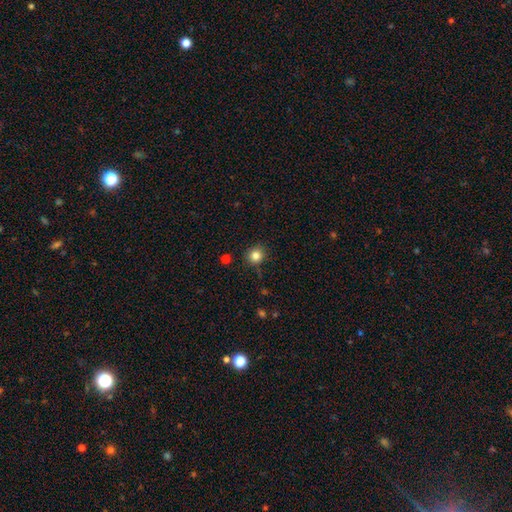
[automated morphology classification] smooth_or_featured: smooth (p=0.83) [alt: star or artifact p=0.12]
how_rounded: round (p=0.91) [alt: in between p=0.08]
merging: none (p=0.87) [alt: minor disturbance p=0.09]